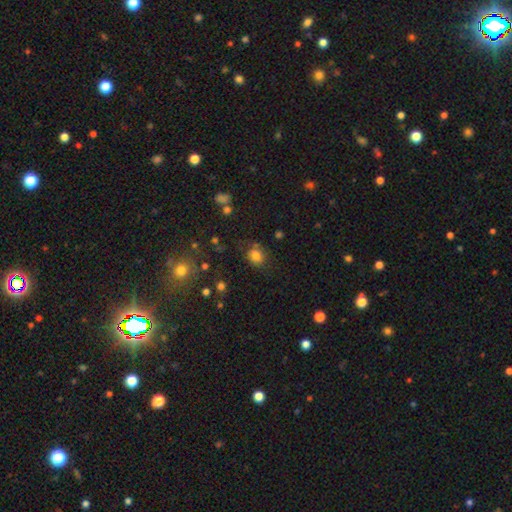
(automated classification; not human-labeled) Smooth or featured?
  - smooth: 77% *
  - star or artifact: 14%
  - featured or disk: 9%
How rounded?
  - round: 57% *
  - in between: 42%
  - cigar-shaped: 1%
Merging?
  - none: 68% *
  - minor disturbance: 20%
  - major disturbance: 8%
  - merger: 4%